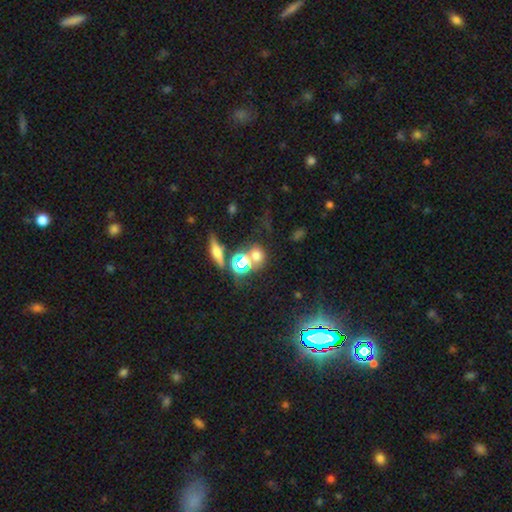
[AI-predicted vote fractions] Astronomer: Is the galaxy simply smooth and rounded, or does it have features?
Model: smooth — 58%.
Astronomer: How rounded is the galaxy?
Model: round — 75%.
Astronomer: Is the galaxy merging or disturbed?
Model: none — 56%.